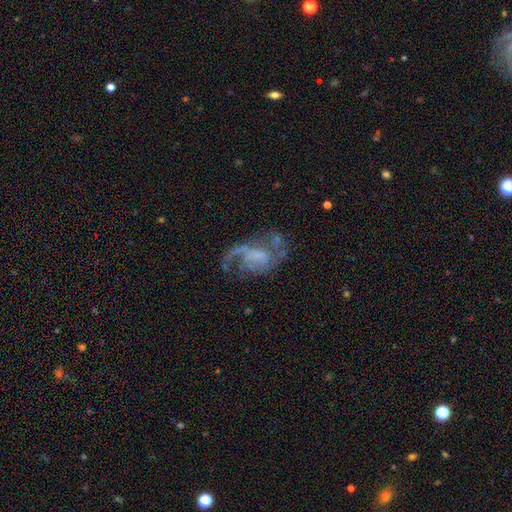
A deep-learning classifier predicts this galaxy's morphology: type=featured or disk (77%); edge-on=no (97%); bar=no (55%); spiral arms=yes (83%); winding=loose (51%); arm count=2 (46%); bulge=none (52%); merging=none (39%).